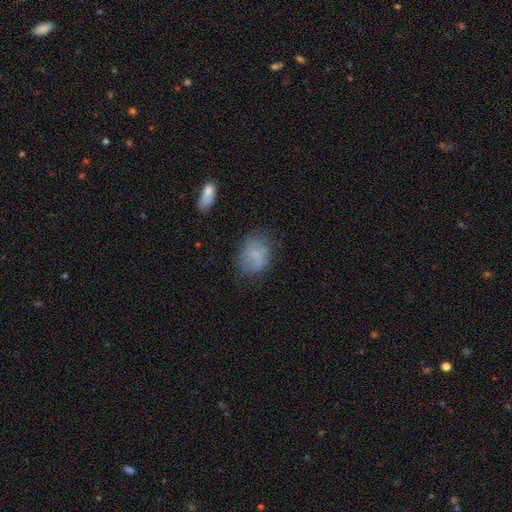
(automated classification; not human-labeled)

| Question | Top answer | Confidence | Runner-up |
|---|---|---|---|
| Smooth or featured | smooth | 73% | featured or disk (17%) |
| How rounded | in between | 58% | round (41%) |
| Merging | none | 63% | minor disturbance (23%) |